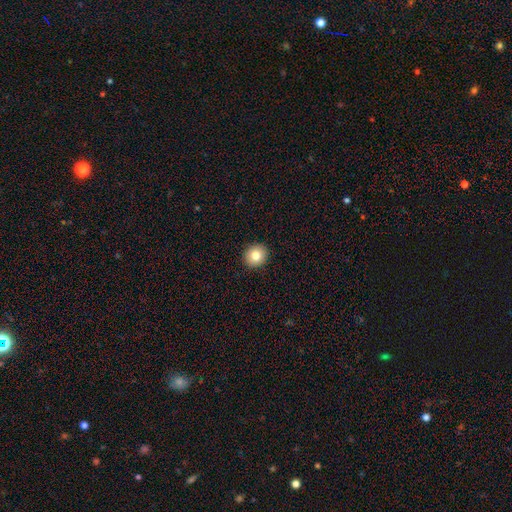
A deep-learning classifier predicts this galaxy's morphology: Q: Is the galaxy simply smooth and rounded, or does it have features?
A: smooth — 80%.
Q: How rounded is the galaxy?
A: round — 85%.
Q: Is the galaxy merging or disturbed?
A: none — 93%.